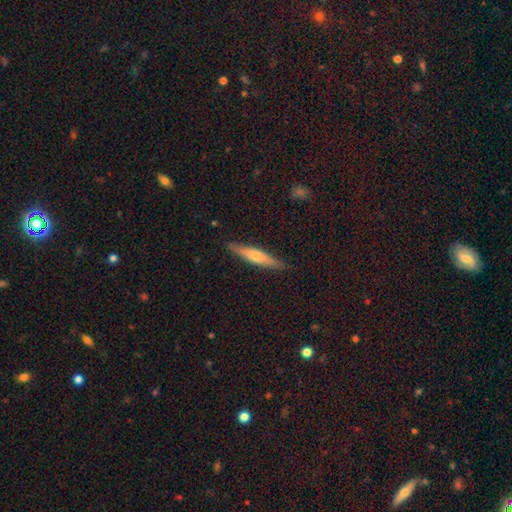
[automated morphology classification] smooth-or-featured: smooth: 49% | featured or disk: 45% | star or artifact: 6%
  merging: none: 89% | minor disturbance: 8% | major disturbance: 2% | merger: 1%